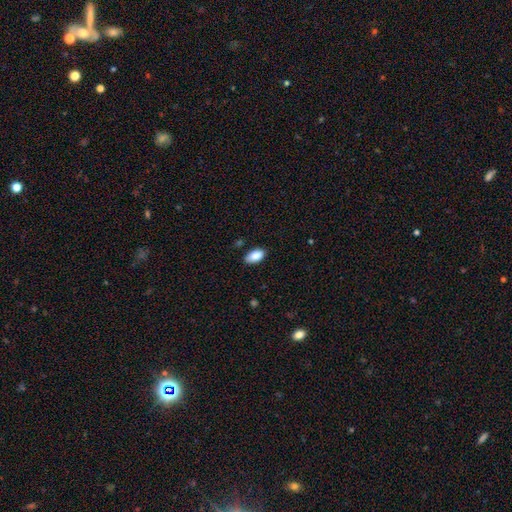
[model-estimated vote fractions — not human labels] A smooth galaxy with no disk features (88%) that is in between round and cigar-shaped (94%).

Vote fractions:
- Smooth or featured? smooth: 88% / star or artifact: 7% / featured or disk: 5%
- How rounded? in between: 94% / round: 3% / cigar-shaped: 3%
- Merging? none: 85% / minor disturbance: 11% / major disturbance: 2% / merger: 1%